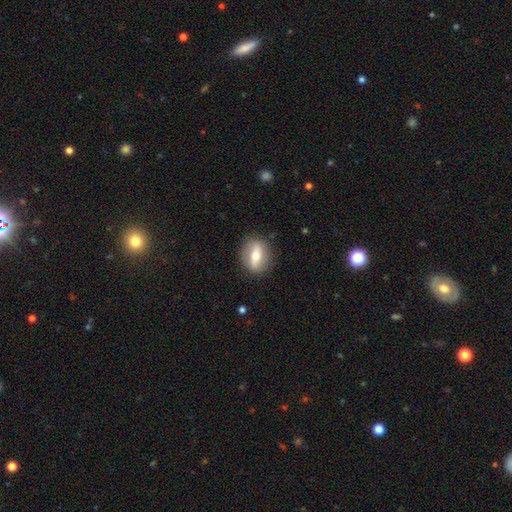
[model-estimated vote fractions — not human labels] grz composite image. It shows a featured or disk galaxy (54%). Merging: none (86%).